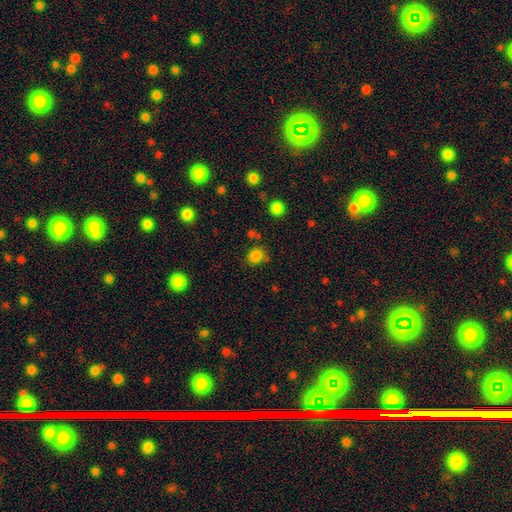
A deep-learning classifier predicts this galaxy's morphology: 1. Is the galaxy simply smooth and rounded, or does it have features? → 82% smooth, 14% star or artifact, 4% featured or disk.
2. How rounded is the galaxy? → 69% round, 30% in between, 1% cigar-shaped.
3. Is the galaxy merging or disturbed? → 75% none, 14% minor disturbance, 7% merger, 5% major disturbance.